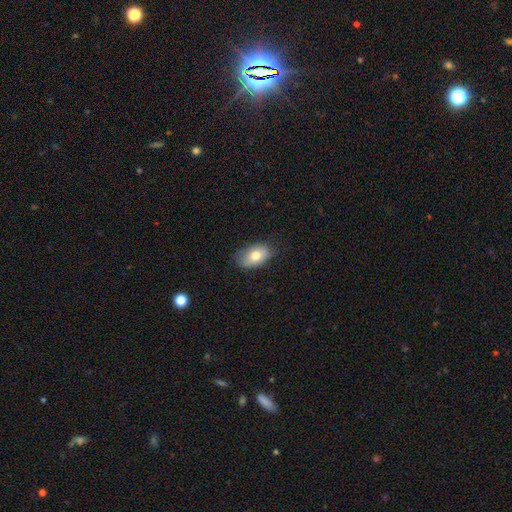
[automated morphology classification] A smooth galaxy with no disk features (76%) that is in between round and cigar-shaped (91%). Merging: none (73%).